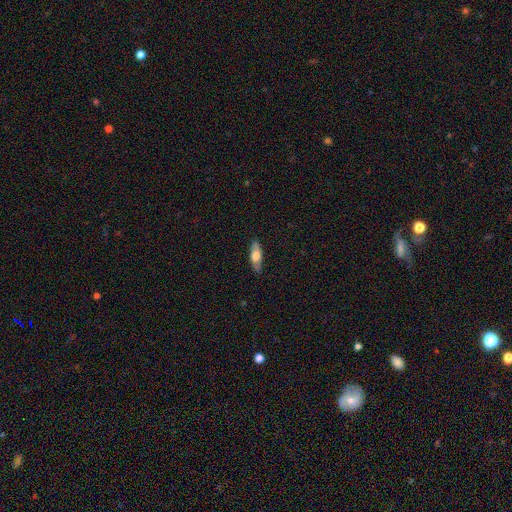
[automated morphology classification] Overall: smooth (56%; featured or disk 38%). How rounded: in between (63%; cigar-shaped 33%). Merging: none (81%).